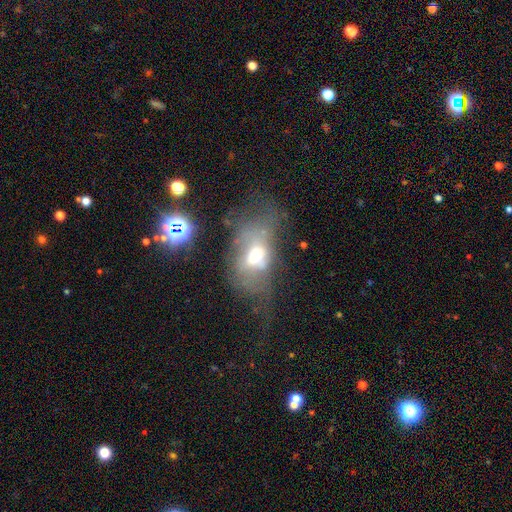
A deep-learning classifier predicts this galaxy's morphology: Smooth or featured? Predicted: smooth (p=0.42, tied with featured or disk). Merging? Predicted: major disturbance (p=0.46).